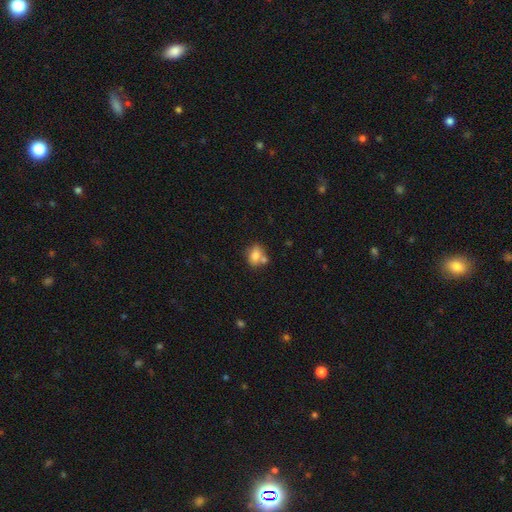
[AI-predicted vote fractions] Overall: smooth (77%). How rounded: in between (62%; round 37%). Merging: none (52%; merger 30%).